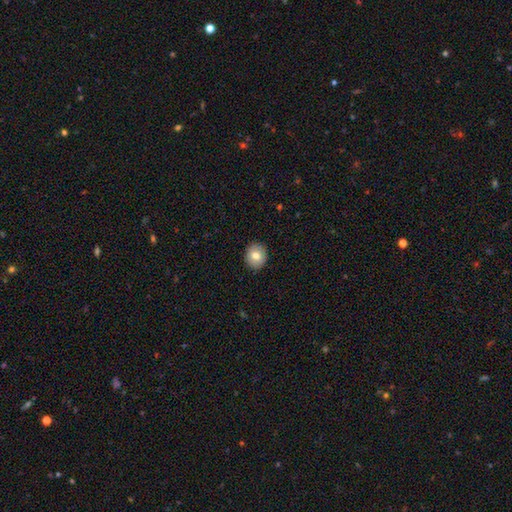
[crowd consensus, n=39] A smooth galaxy with no disk features (74%) that is round (62%). Merging: none (89%).